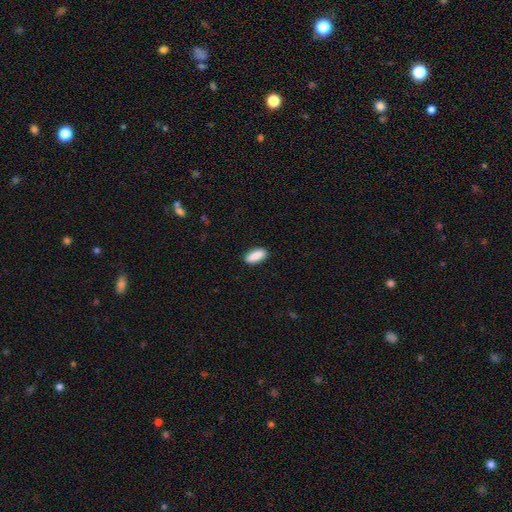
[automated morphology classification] smooth_or_featured: smooth (p=0.90) [alt: star or artifact p=0.06]
how_rounded: in between (p=0.79) [alt: cigar-shaped p=0.19]
merging: none (p=0.90) [alt: minor disturbance p=0.08]